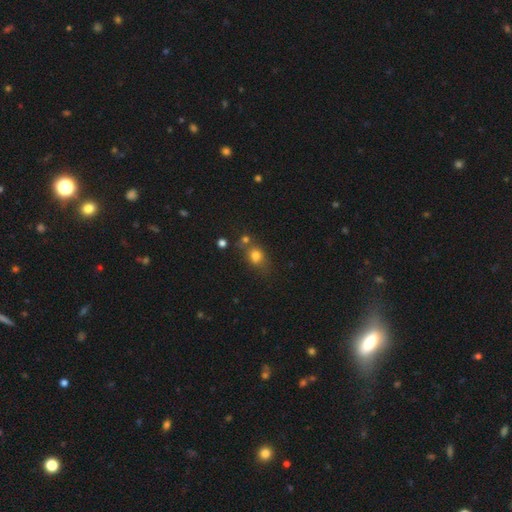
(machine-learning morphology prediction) Q: Smooth or featured?
A: smooth (77%); runner-up: star or artifact (13%)
Q: How rounded?
A: round (52%); runner-up: in between (46%)
Q: Merging?
A: none (53%); runner-up: merger (23%)